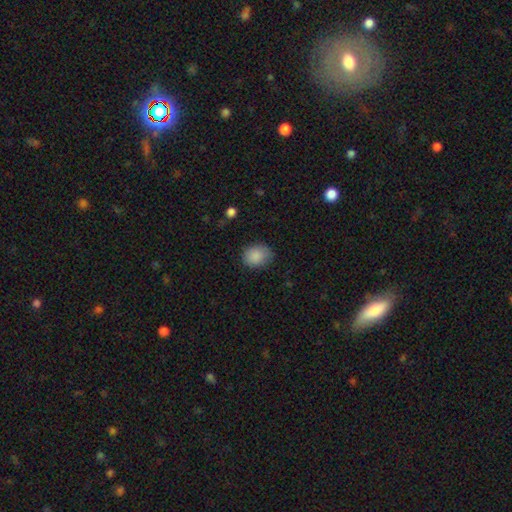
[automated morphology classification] type=smooth (88%); roundness=round (50%); merging=none (79%).